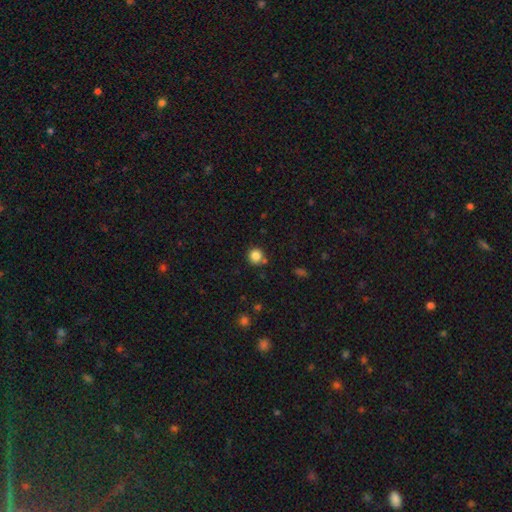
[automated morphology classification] Overall: smooth (85%). How rounded: round (93%). Merging: none (78%).